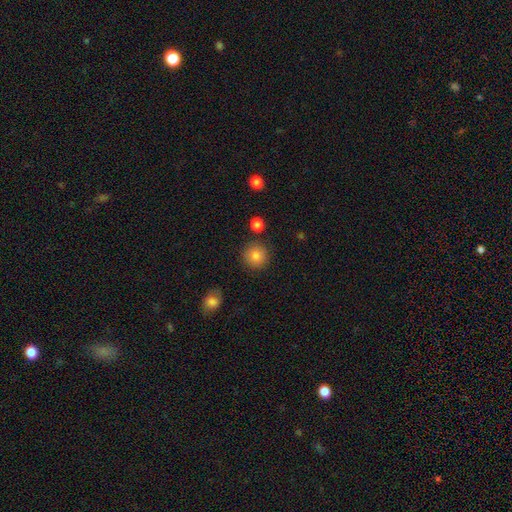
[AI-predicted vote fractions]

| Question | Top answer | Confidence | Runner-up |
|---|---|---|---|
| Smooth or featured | smooth | 85% | star or artifact (9%) |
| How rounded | round | 94% | in between (5%) |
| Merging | none | 88% | minor disturbance (7%) |